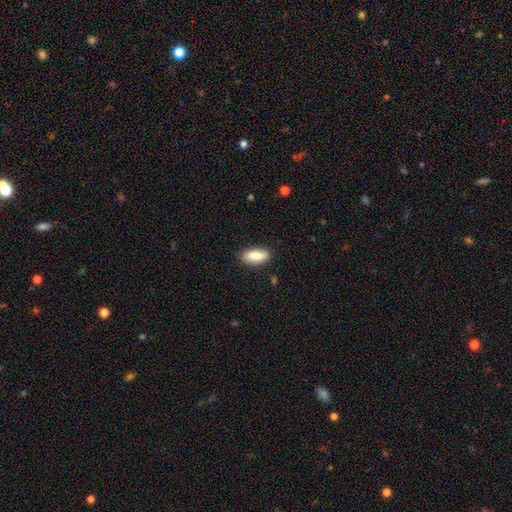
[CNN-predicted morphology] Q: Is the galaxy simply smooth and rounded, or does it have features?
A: smooth — 84%.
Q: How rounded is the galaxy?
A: in between — 86%.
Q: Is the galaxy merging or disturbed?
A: none — 87%.